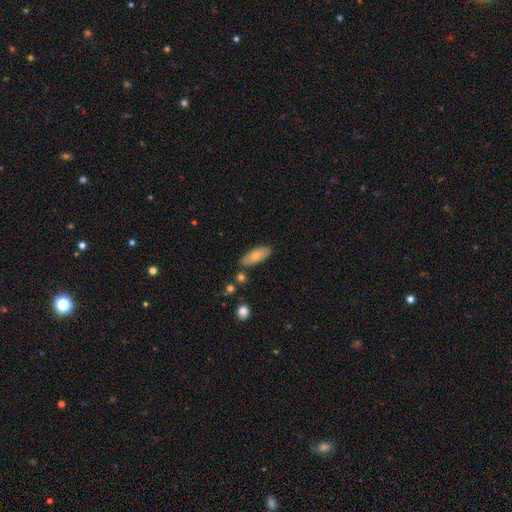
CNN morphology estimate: Smooth or featured?
  - smooth: 76% *
  - featured or disk: 17%
  - star or artifact: 6%
How rounded?
  - in between: 78% *
  - cigar-shaped: 20%
  - round: 2%
Merging?
  - none: 77% *
  - minor disturbance: 15%
  - merger: 5%
  - major disturbance: 3%